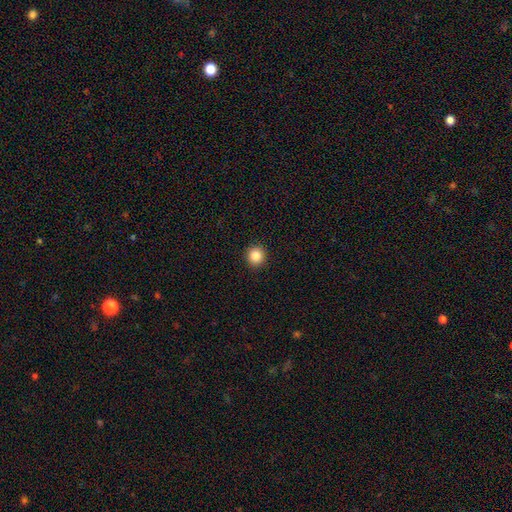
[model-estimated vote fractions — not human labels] The model was most divided on "smooth or featured": smooth: 86%, star or artifact: 10%, featured or disk: 4%. More confident: how rounded — round (94%); merging — none (93%).